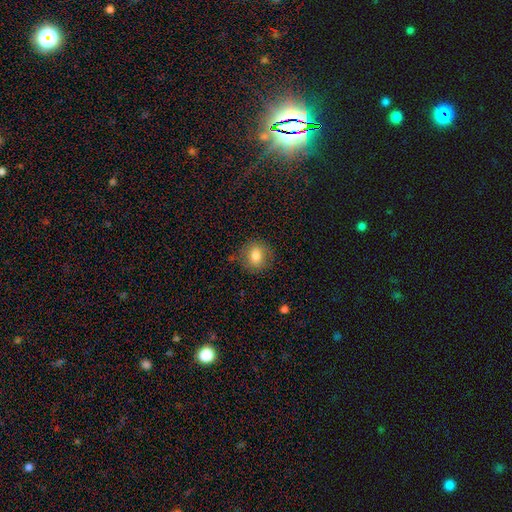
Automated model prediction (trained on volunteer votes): Smooth or featured? smooth (79%)
How rounded? round (68%)
Merging? none (80%)